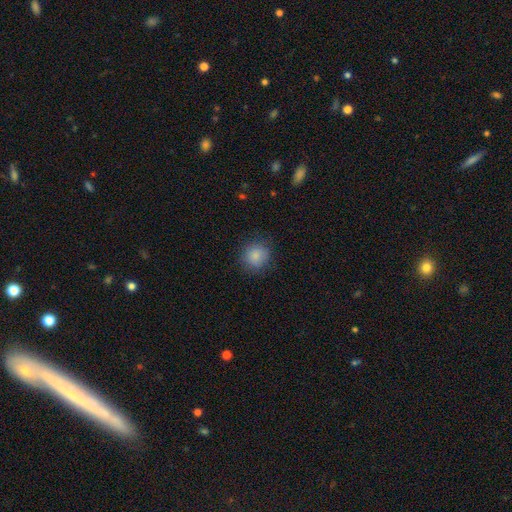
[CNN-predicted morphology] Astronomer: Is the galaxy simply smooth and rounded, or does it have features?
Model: smooth — 86%.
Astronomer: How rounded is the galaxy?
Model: round — 89%.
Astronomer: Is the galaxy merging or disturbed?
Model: none — 85%.